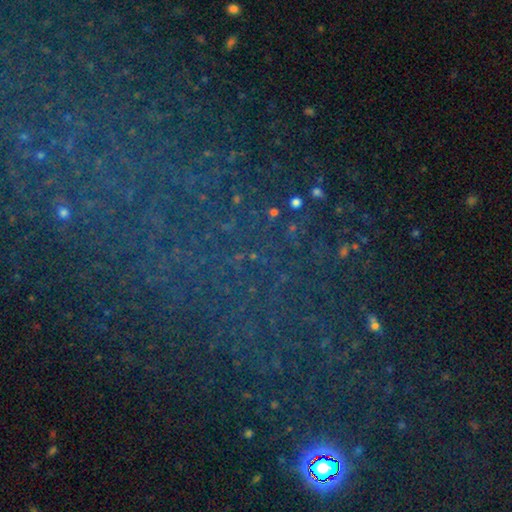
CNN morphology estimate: Smooth or featured? Predicted: star or artifact (p=0.72).